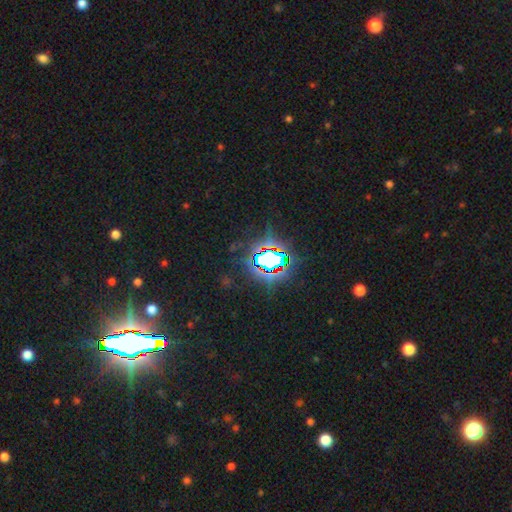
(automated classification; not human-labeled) The model was most divided on "smooth or featured": star or artifact: 85%, smooth: 8%, featured or disk: 7%.